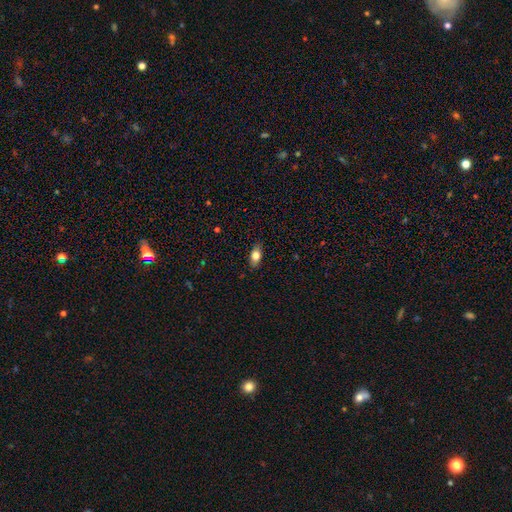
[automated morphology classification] smooth 78%, featured or disk 14%, star or artifact 8%. Down the decision tree: how rounded — in between (85%); merging — none (86%).